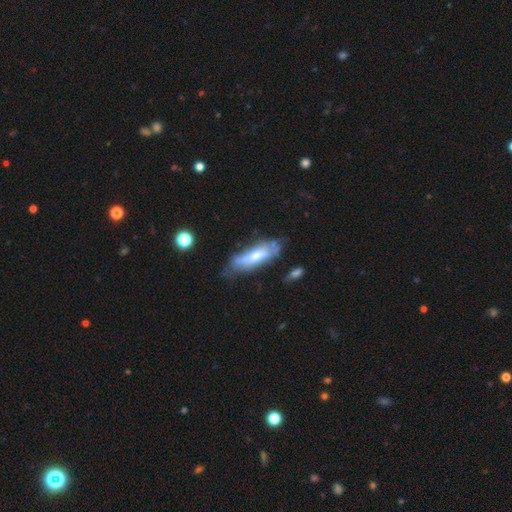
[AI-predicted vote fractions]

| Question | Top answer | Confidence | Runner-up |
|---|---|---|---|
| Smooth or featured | featured or disk | 48% | smooth (45%) |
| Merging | none | 52% | minor disturbance (30%) |